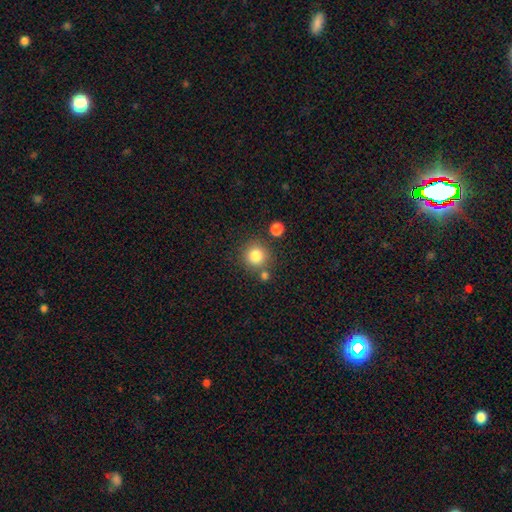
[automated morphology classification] The model was most divided on "merging": none: 79%, merger: 10%, minor disturbance: 9%, major disturbance: 3%. More confident: how rounded — round (93%); smooth or featured — smooth (83%).